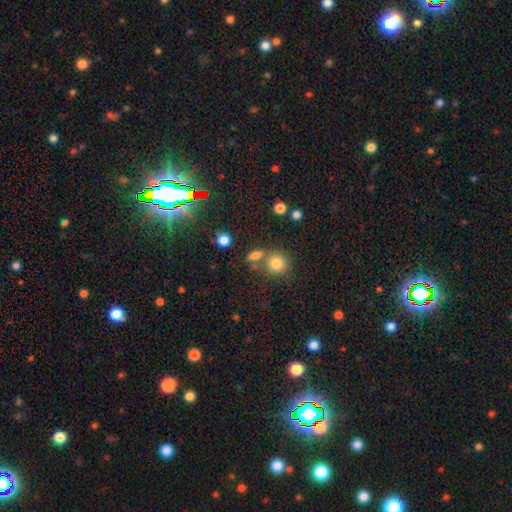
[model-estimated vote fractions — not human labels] smooth_or_featured: smooth (p=0.74) [alt: star or artifact p=0.16]
how_rounded: round (p=0.49) [alt: in between p=0.46]
merging: none (p=0.56) [alt: merger p=0.27]